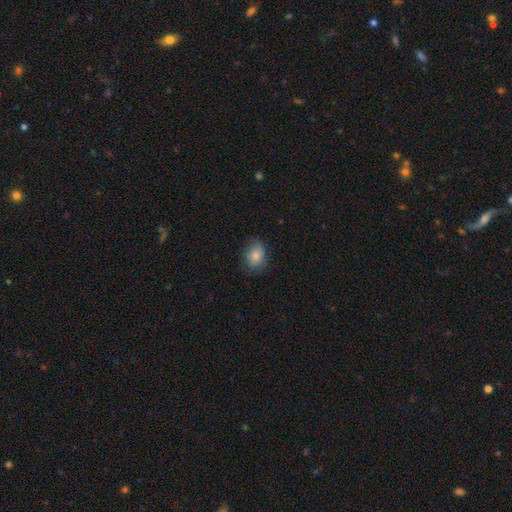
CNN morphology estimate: Q: Smooth or featured?
A: smooth (83%); runner-up: featured or disk (9%)
Q: How rounded?
A: in between (64%); runner-up: round (35%)
Q: Merging?
A: none (74%); runner-up: minor disturbance (20%)